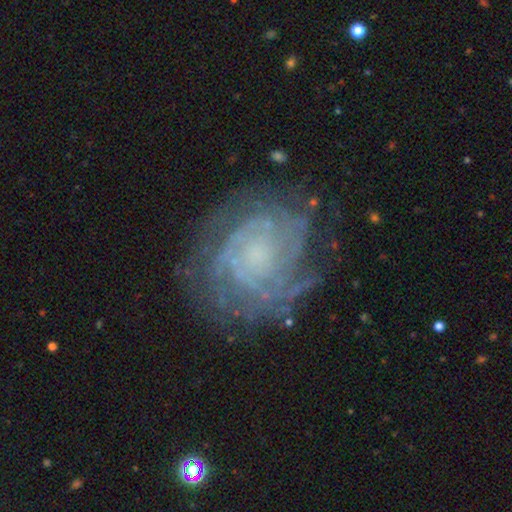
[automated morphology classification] Smooth or featured? Predicted: featured or disk (p=0.81). Edge-on disk? Predicted: no (p=0.98). Bar? Predicted: no (p=0.75). Spiral arms? Predicted: yes (p=0.92). Spiral winding? Predicted: tight (p=0.70). Spiral arm count? Predicted: can't tell (p=0.43). Bulge size? Predicted: small (p=0.47). Merging? Predicted: none (p=0.70).